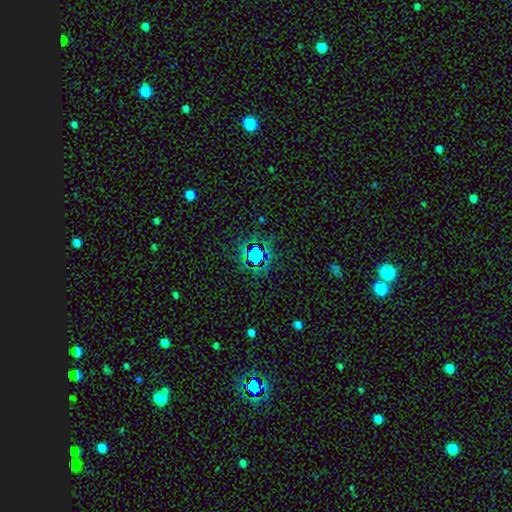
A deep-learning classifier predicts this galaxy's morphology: star or artifact 66%, smooth 23%, featured or disk 10%.